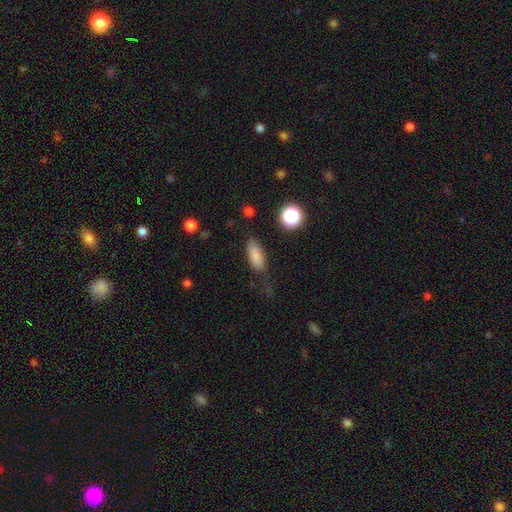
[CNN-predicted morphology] Smooth or featured: smooth — 83% (star or artifact — 10%)
How rounded: in between — 74% (cigar-shaped — 22%)
Merging: none — 63% (minor disturbance — 24%)